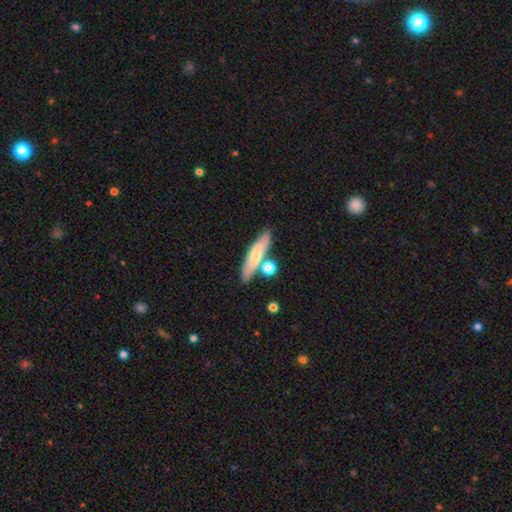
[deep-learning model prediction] Smooth or featured: smooth — 57% (featured or disk — 36%)
How rounded: cigar-shaped — 70% (in between — 27%)
Merging: none — 67% (merger — 17%)